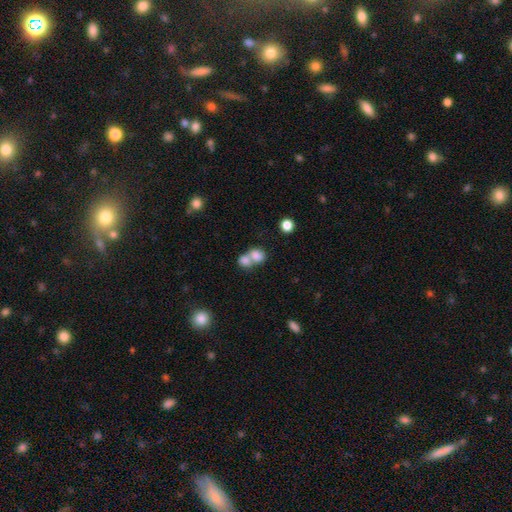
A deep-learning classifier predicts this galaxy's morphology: The model was most divided on "how rounded": round: 58%, in between: 41%, cigar-shaped: 1%. More confident: smooth or featured — smooth (78%); merging — merger (68%).